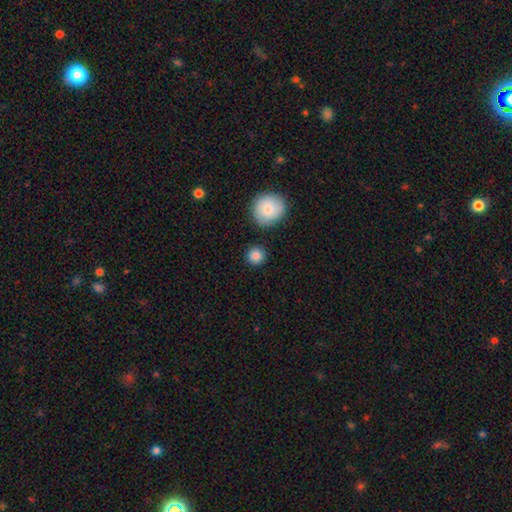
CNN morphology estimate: The model was most divided on "smooth or featured": smooth: 87%, star or artifact: 9%, featured or disk: 5%. More confident: how rounded — round (94%); merging — none (86%).